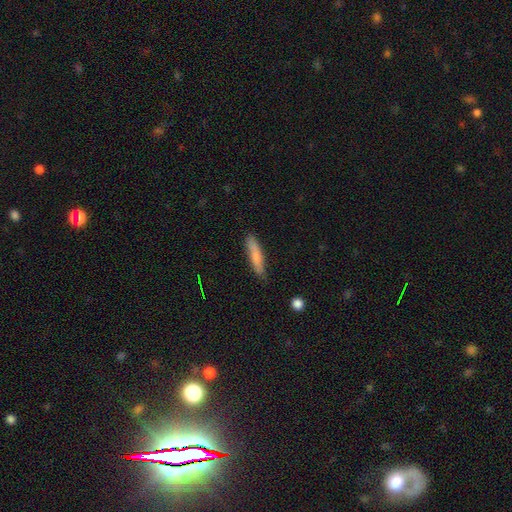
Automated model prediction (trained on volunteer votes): Overall: smooth (79%). How rounded: cigar-shaped (84%). Merging: none (80%).